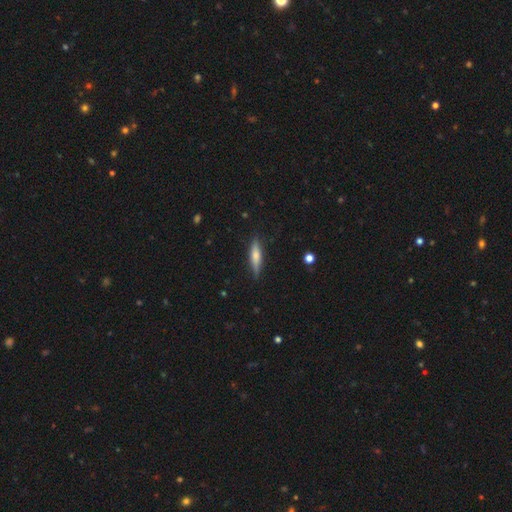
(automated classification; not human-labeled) Smooth or featured? Predicted: smooth (p=0.53). How rounded? Predicted: cigar-shaped (p=0.78). Merging? Predicted: none (p=0.86).